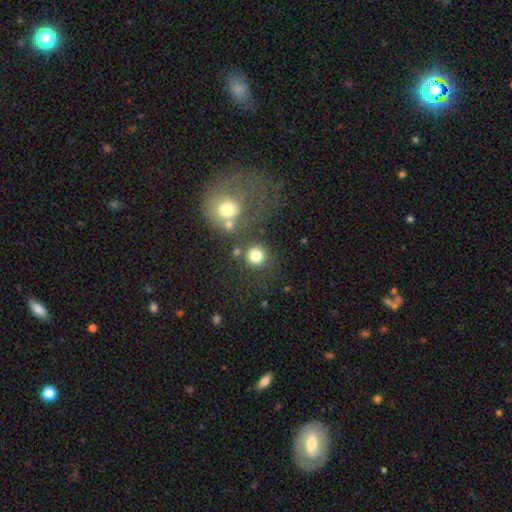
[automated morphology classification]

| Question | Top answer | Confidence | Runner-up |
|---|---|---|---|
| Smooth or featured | smooth | 79% | star or artifact (13%) |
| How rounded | round | 92% | in between (7%) |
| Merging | none | 71% | merger (14%) |